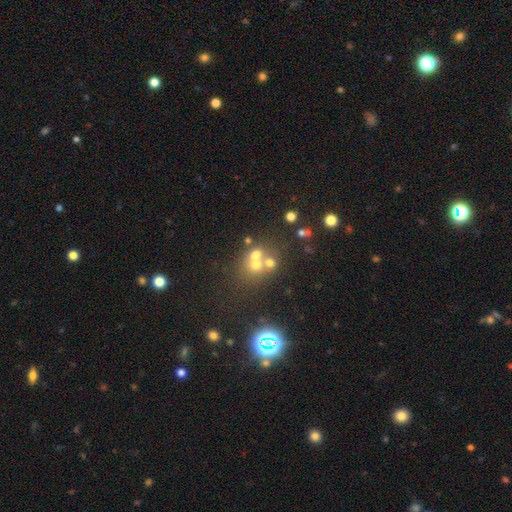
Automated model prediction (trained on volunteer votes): Smooth or featured? Predicted: smooth (p=0.43). Merging? Predicted: none (p=0.46).